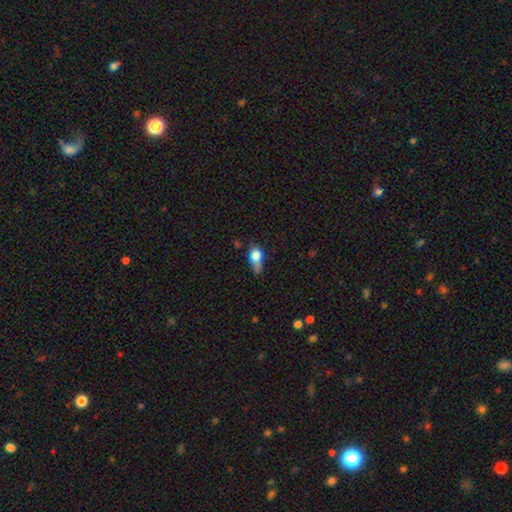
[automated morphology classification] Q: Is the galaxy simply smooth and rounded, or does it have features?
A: smooth — 74%.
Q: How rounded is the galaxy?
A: in between — 62%.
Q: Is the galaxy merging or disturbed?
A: minor disturbance — 37%.